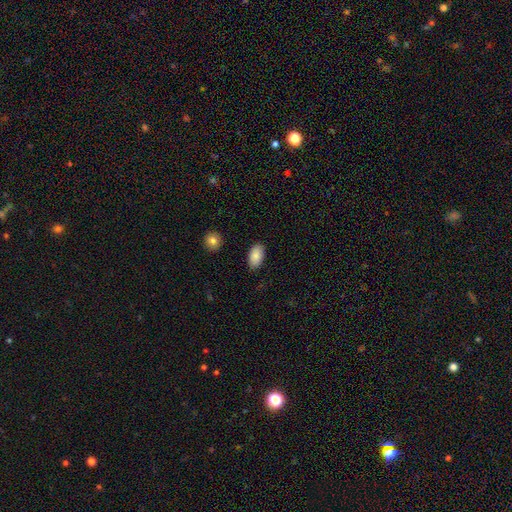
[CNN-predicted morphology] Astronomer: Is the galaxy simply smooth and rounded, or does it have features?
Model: smooth — 88%.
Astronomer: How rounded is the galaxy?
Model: in between — 94%.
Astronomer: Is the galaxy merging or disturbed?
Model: none — 86%.